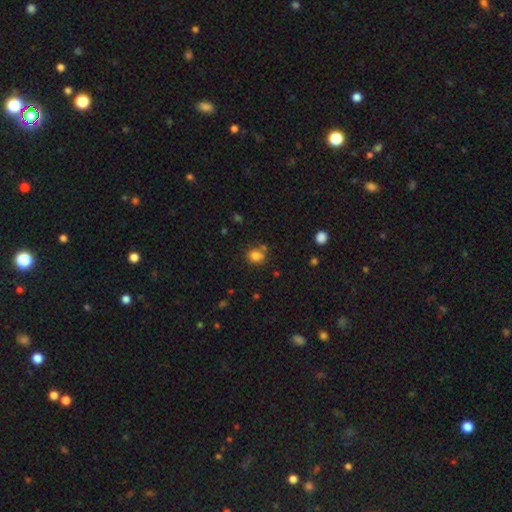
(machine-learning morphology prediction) Overall: smooth (80%). How rounded: round (67%; in between 32%). Merging: none (64%).